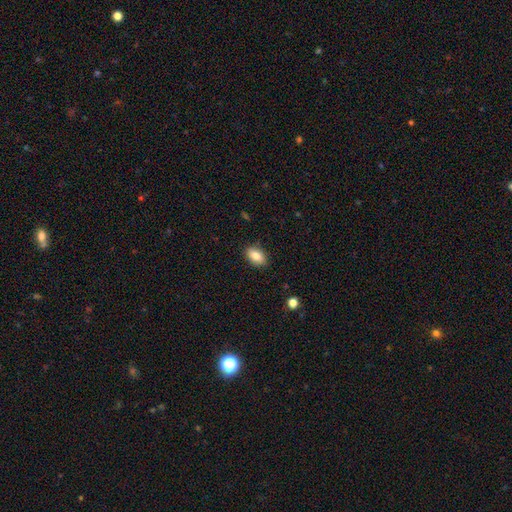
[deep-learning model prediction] A smooth galaxy with no disk features (84%) that is in between round and cigar-shaped (90%).

Vote fractions:
- Smooth or featured? smooth: 84% / featured or disk: 8% / star or artifact: 8%
- How rounded? in between: 90% / round: 8% / cigar-shaped: 2%
- Merging? none: 87% / minor disturbance: 9% / major disturbance: 2% / merger: 1%